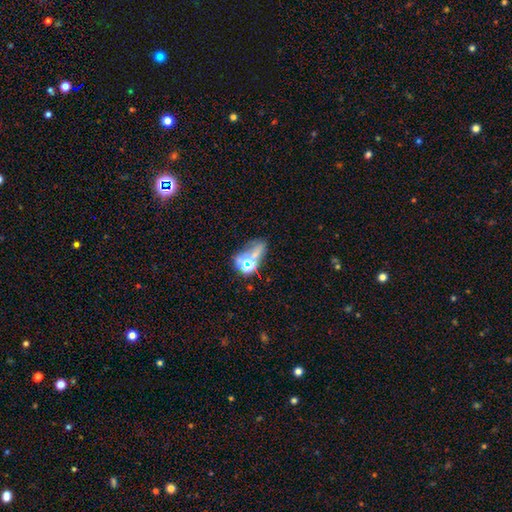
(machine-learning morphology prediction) This is marginally a star or artifact rather than a galaxy (44%).